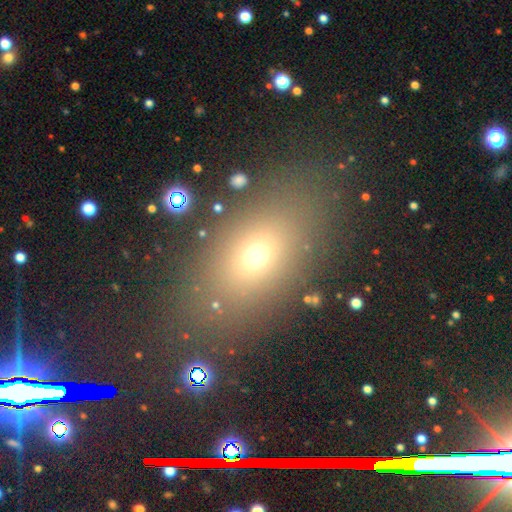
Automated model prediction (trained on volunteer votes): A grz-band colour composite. It shows a smooth galaxy with no disk features (64%) that is in between round and cigar-shaped (69%). Merging: none (81%).